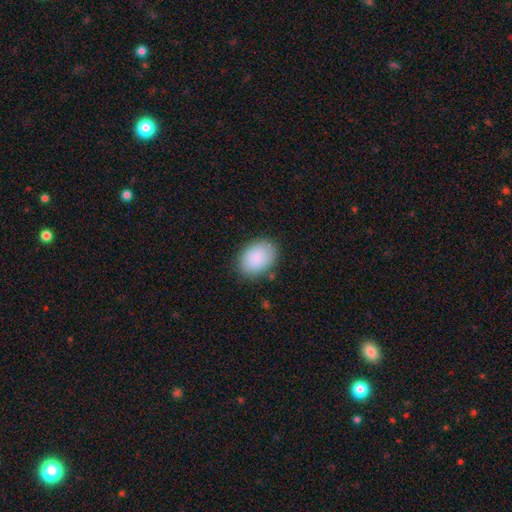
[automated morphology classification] smooth_or_featured: smooth (p=0.88) [alt: star or artifact p=0.07]
how_rounded: in between (p=0.82) [alt: round p=0.17]
merging: none (p=0.84) [alt: minor disturbance p=0.12]